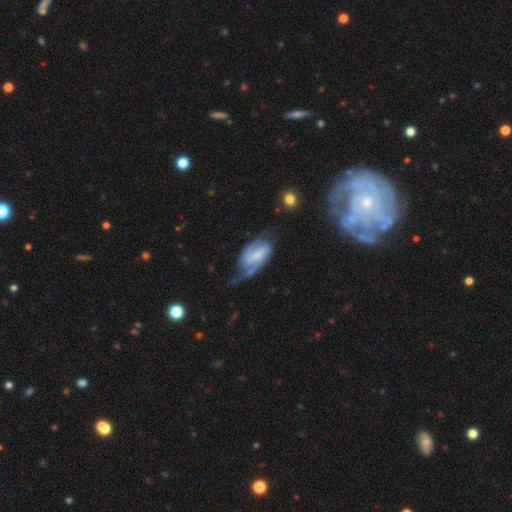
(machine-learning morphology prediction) Smooth or featured? Predicted: featured or disk (p=0.75). Edge-on disk? Predicted: no (p=0.96). Bar? Predicted: weak (p=0.42). Spiral arms? Predicted: yes (p=0.91). Spiral winding? Predicted: medium (p=0.43). Spiral arm count? Predicted: 2 (p=0.81). Bulge size? Predicted: small (p=0.51). Merging? Predicted: none (p=0.43).